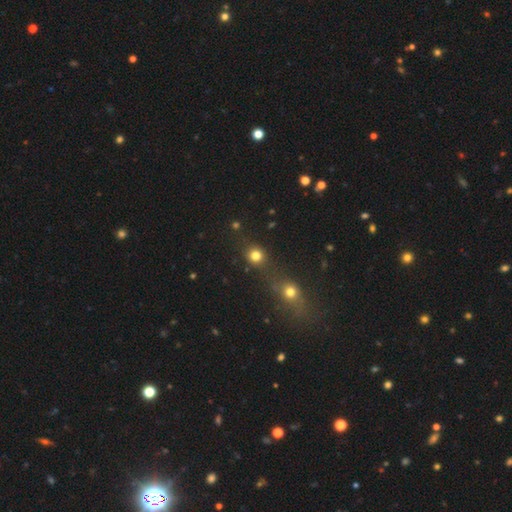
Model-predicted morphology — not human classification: Smooth or featured? smooth (79%)
How rounded? round (86%)
Merging? none (66%)